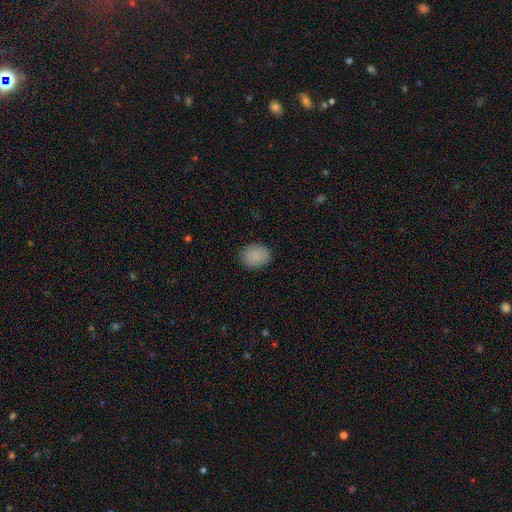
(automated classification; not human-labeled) smooth 88%, star or artifact 8%, featured or disk 4%. Down the decision tree: how rounded — round (57%); merging — none (88%).